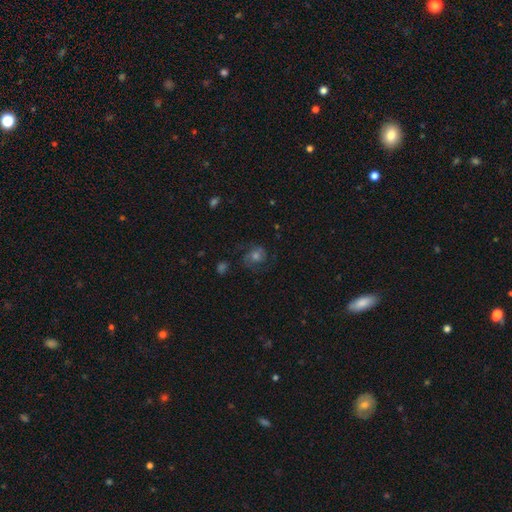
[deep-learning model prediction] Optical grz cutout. It shows a featured or disk galaxy (55%) with no bar (72%), spiral arms (88%) and a moderate central bulge (56%). Merging: none (70%).